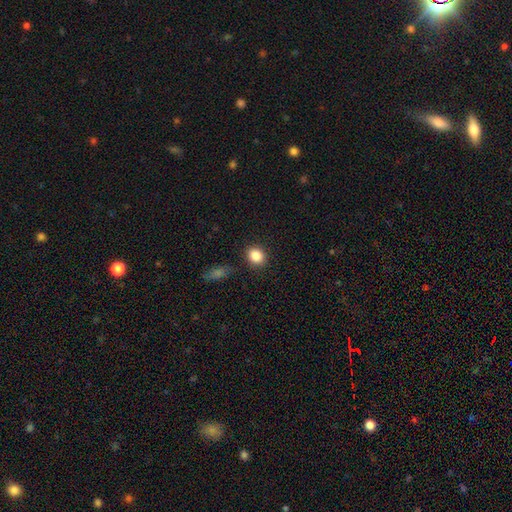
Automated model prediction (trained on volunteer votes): The model was most divided on "how rounded": round: 66%, in between: 33%, cigar-shaped: 1%. More confident: merging — none (87%); smooth or featured — smooth (86%).